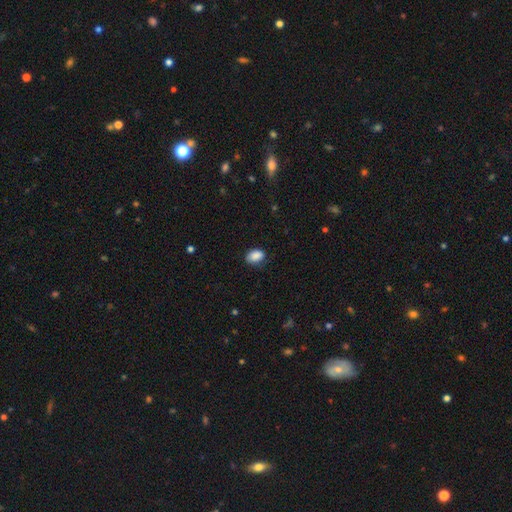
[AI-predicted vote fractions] smooth_or_featured: smooth (p=0.88) [alt: star or artifact p=0.08]
how_rounded: in between (p=0.82) [alt: round p=0.16]
merging: none (p=0.77) [alt: minor disturbance p=0.18]